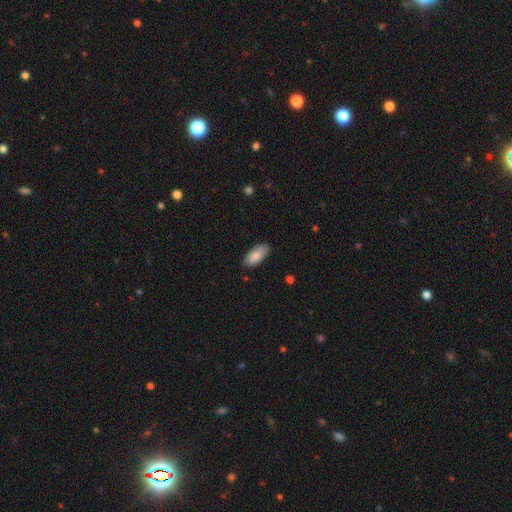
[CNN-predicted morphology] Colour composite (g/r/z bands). It shows a smooth galaxy with no disk features (86%) that is in between round and cigar-shaped (90%). Merging: none (85%).